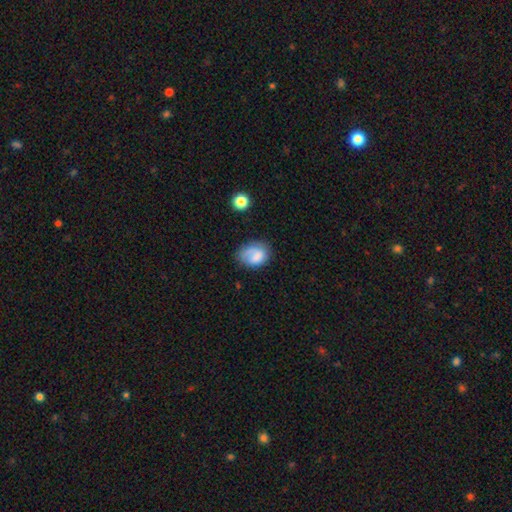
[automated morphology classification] type=smooth (69%); roundness=in between (73%); merging=none (54%).